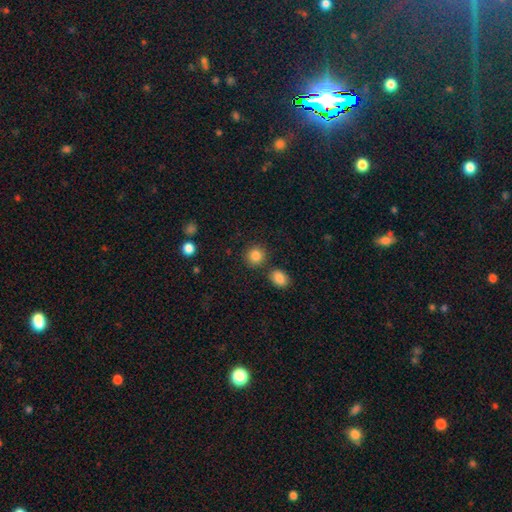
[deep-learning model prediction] Smooth or featured? smooth (86%)
How rounded? round (87%)
Merging? none (81%)